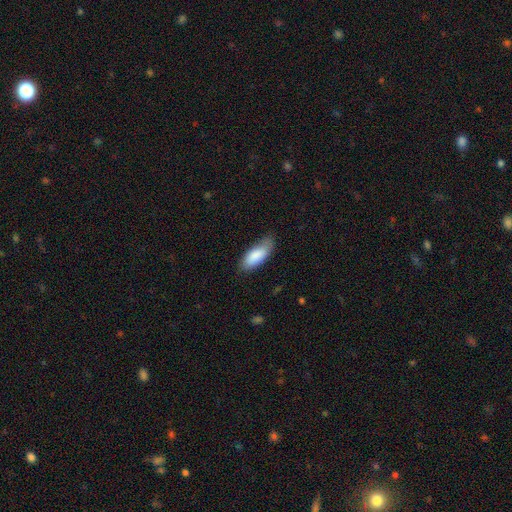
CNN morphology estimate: smooth-or-featured: smooth: 86% | featured or disk: 8% | star or artifact: 6%
  how-rounded: in between: 81% | cigar-shaped: 17% | round: 2%
  merging: none: 70% | minor disturbance: 24% | major disturbance: 5% | merger: 1%